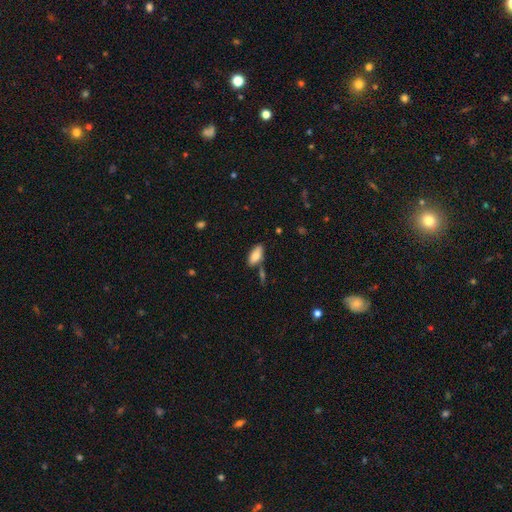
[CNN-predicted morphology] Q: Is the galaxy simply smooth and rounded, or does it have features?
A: smooth — 81%.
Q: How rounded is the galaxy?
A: in between — 85%.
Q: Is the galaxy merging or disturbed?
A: none — 72%.